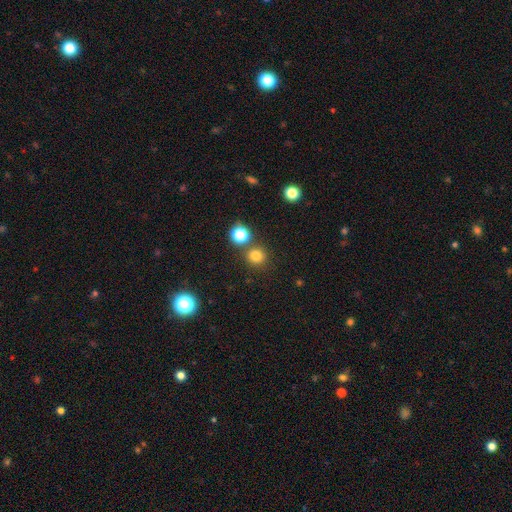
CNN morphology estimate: Smooth or featured? smooth (77%)
How rounded? round (91%)
Merging? none (75%)